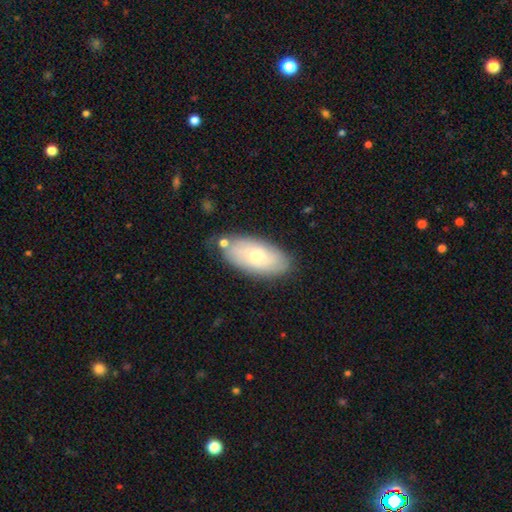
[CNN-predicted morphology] Smooth or featured: smooth — 57% (featured or disk — 36%)
How rounded: in between — 91% (cigar-shaped — 6%)
Merging: none — 71% (minor disturbance — 18%)